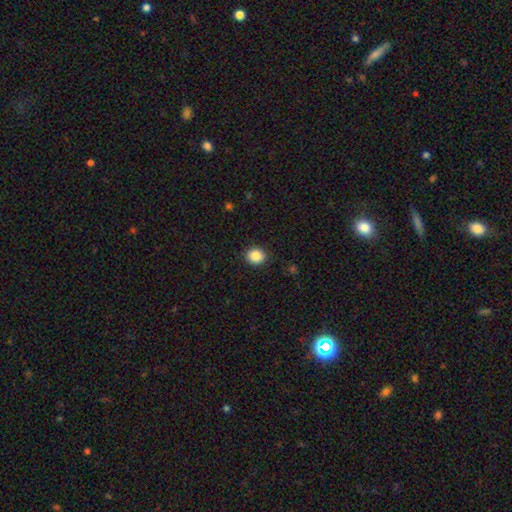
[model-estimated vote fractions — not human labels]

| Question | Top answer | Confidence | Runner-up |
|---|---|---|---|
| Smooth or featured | smooth | 87% | star or artifact (9%) |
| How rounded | round | 79% | in between (20%) |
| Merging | none | 91% | minor disturbance (6%) |